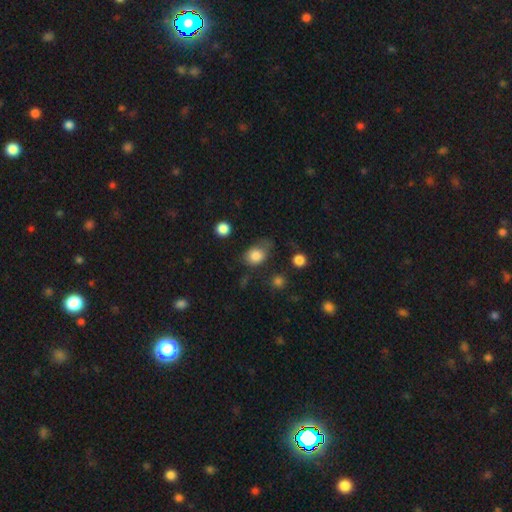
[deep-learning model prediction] smooth-or-featured: smooth: 83% | star or artifact: 9% | featured or disk: 8%
  how-rounded: in between: 53% | round: 46% | cigar-shaped: 1%
  merging: none: 51% | minor disturbance: 32% | major disturbance: 13% | merger: 4%